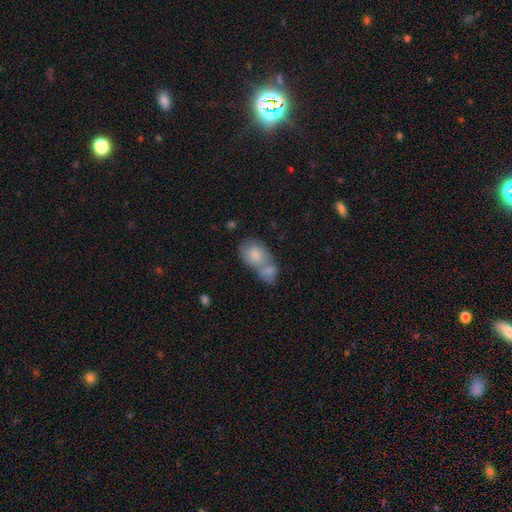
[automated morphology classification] This appears to be a smooth galaxy with no disk features (76%) that is in between round and cigar-shaped (77%). Merging: merger (66%).